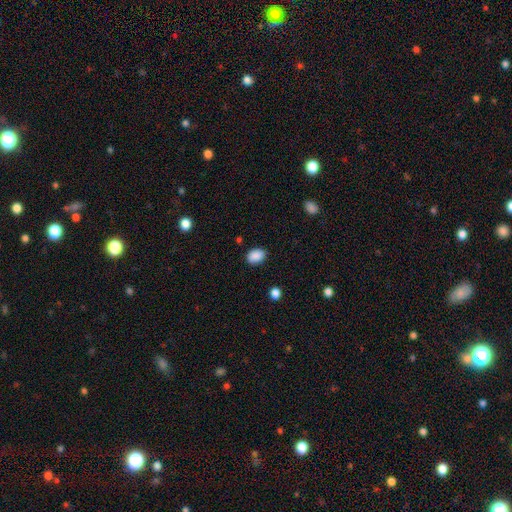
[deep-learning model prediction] The model was most divided on "how rounded": in between: 74%, round: 25%, cigar-shaped: 1%. More confident: smooth or featured — smooth (89%); merging — none (85%).